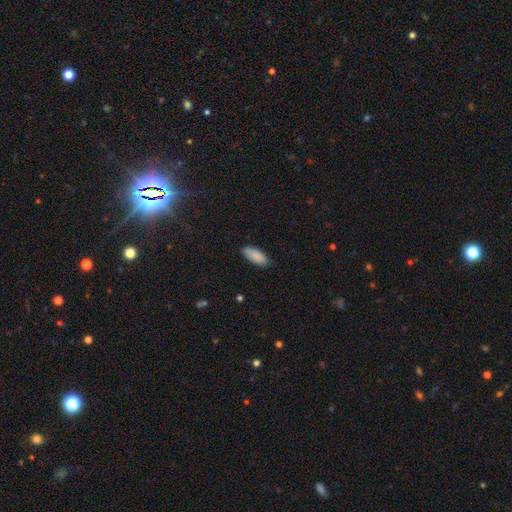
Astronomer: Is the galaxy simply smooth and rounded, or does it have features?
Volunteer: smooth — 81%.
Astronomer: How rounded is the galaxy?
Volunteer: in between — 77%.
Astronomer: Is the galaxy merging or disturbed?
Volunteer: none — 79%.